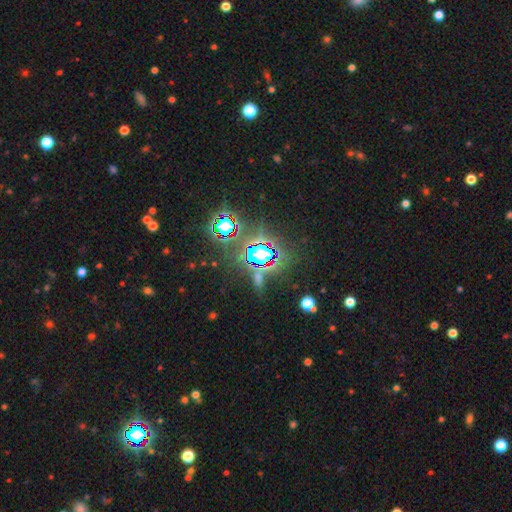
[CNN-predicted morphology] This appears to be a star or artifact, not a galaxy (84%).